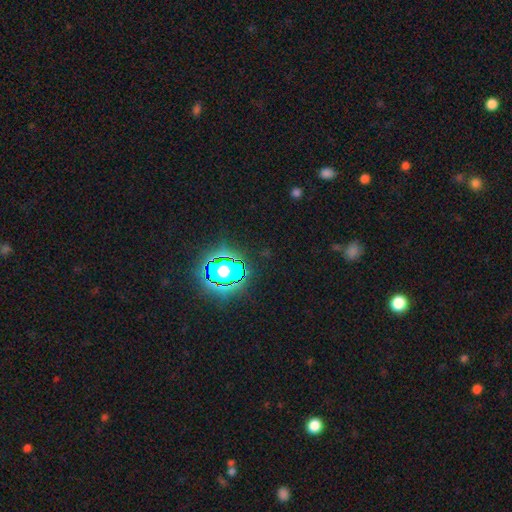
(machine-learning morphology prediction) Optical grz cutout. It shows a star or artifact, not a galaxy (79%).